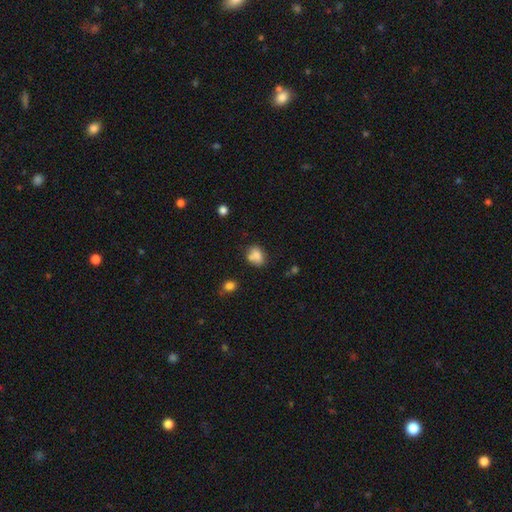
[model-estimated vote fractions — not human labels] A smooth galaxy with no disk features (78%) that is in between round and cigar-shaped (62%).

Vote fractions:
- Smooth or featured? smooth: 78% / featured or disk: 11% / star or artifact: 10%
- How rounded? in between: 62% / round: 37% / cigar-shaped: 1%
- Merging? none: 52% / merger: 21% / minor disturbance: 20% / major disturbance: 6%